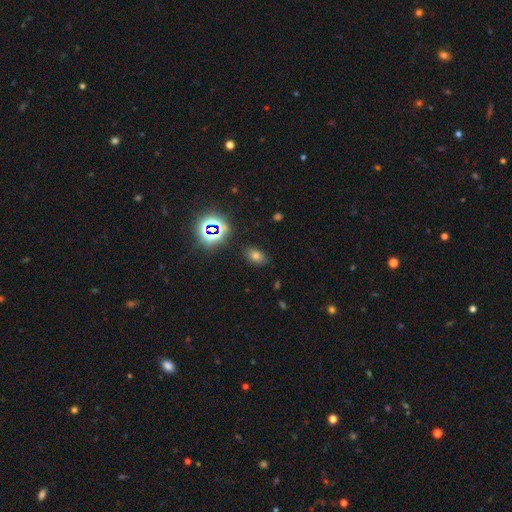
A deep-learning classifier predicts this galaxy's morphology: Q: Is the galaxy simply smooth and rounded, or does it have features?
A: smooth — 66%.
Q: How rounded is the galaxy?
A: in between — 80%.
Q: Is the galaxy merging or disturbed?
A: none — 84%.